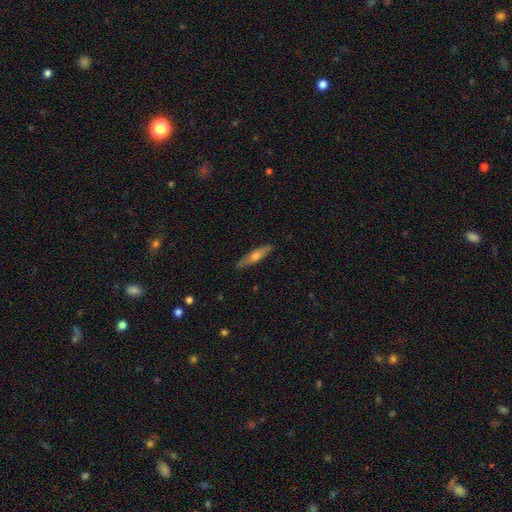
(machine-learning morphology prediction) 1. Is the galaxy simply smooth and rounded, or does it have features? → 51% smooth, 42% featured or disk, 6% star or artifact.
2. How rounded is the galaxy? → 82% cigar-shaped, 16% in between, 2% round.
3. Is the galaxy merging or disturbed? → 88% none, 9% minor disturbance, 2% major disturbance, 1% merger.